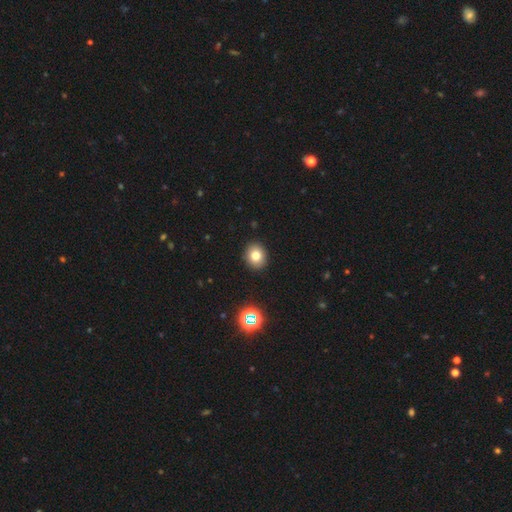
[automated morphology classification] A smooth galaxy with no disk features (78%) that is round (67%). Merging: none (91%).